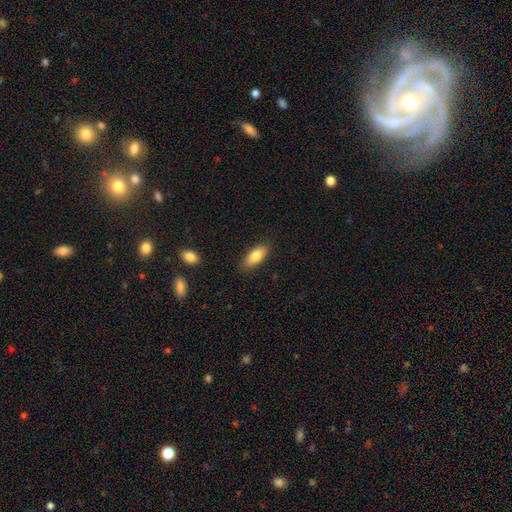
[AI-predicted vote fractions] This appears to be a smooth galaxy with no disk features (80%) that is in between round and cigar-shaped (77%). Merging: none (86%).